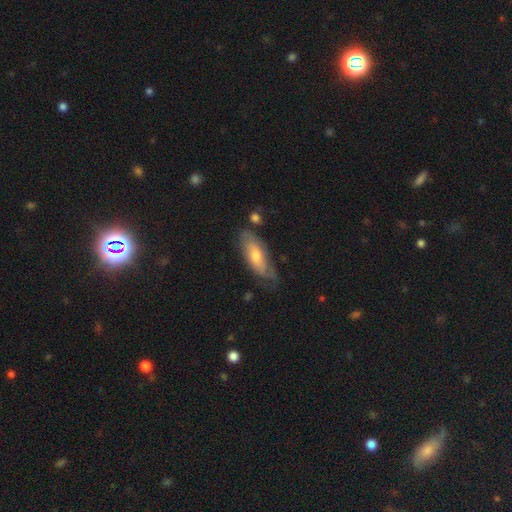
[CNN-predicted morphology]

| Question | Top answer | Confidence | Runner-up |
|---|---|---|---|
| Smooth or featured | smooth | 50% | featured or disk (44%) |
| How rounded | in between | 72% | cigar-shaped (25%) |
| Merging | none | 62% | minor disturbance (27%) |